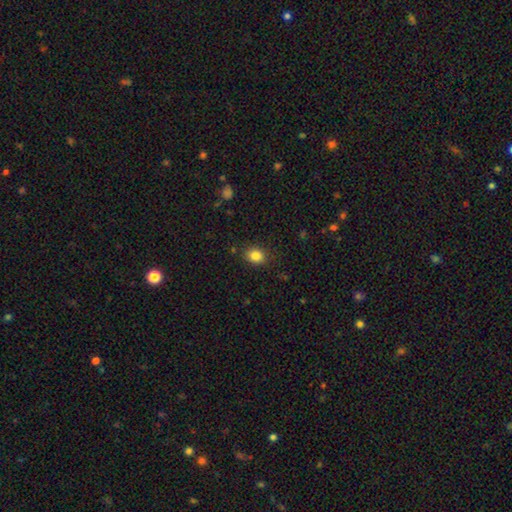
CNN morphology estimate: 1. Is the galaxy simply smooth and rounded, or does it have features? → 84% smooth, 10% star or artifact, 5% featured or disk.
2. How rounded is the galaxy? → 51% in between, 49% round, 1% cigar-shaped.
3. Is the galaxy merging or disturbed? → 86% none, 10% minor disturbance, 3% major disturbance, 1% merger.